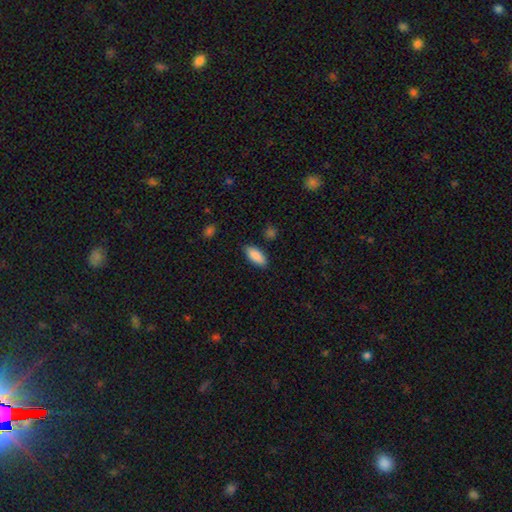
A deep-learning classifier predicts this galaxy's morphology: Smooth or featured?
  - smooth: 89% *
  - star or artifact: 7%
  - featured or disk: 4%
How rounded?
  - in between: 83% *
  - cigar-shaped: 15%
  - round: 2%
Merging?
  - none: 84% *
  - minor disturbance: 12%
  - major disturbance: 2%
  - merger: 2%